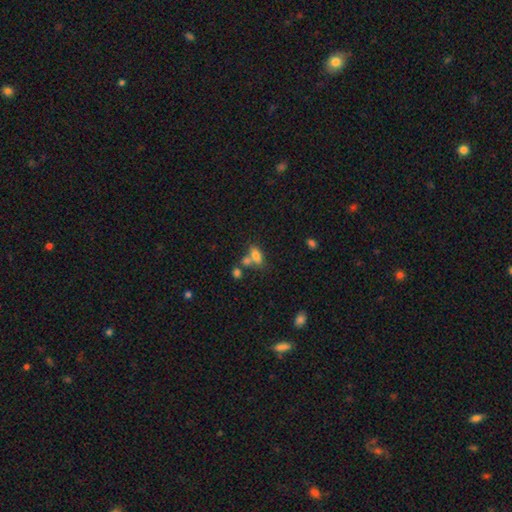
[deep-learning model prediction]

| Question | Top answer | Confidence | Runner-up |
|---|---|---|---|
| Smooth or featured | smooth | 74% | featured or disk (15%) |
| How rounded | in between | 81% | cigar-shaped (11%) |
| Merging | none | 43% | merger (36%) |